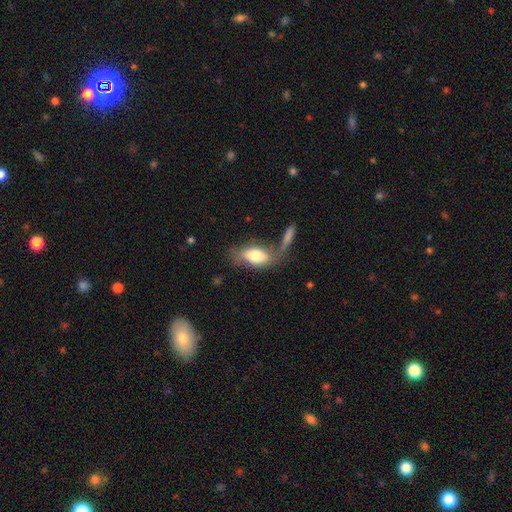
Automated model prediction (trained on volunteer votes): Overall: smooth (73%). How rounded: in between (88%). Merging: none (50%; merger 21%).